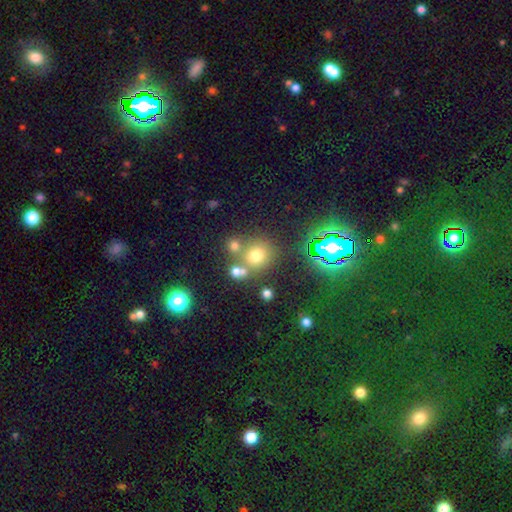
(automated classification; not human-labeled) smooth-or-featured: smooth: 65% | star or artifact: 24% | featured or disk: 11%
  how-rounded: round: 83% | in between: 16% | cigar-shaped: 1%
  merging: none: 63% | merger: 23% | minor disturbance: 10% | major disturbance: 5%